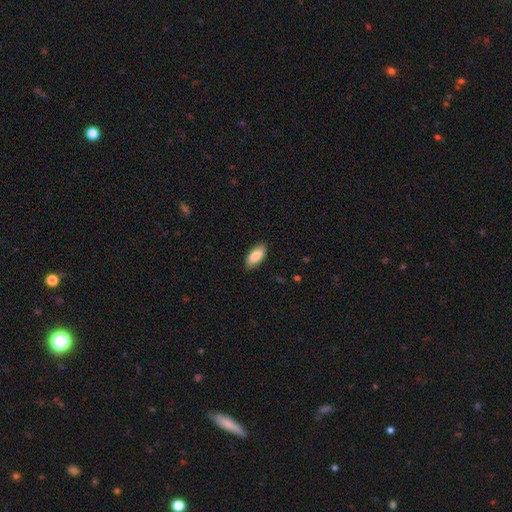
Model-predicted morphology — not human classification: Q: Smooth or featured?
A: smooth (88%); runner-up: featured or disk (7%)
Q: How rounded?
A: in between (88%); runner-up: cigar-shaped (11%)
Q: Merging?
A: none (85%); runner-up: minor disturbance (12%)